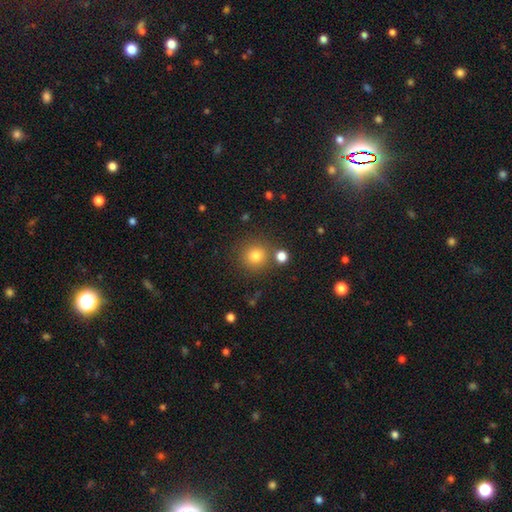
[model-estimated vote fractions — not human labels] This is likely a smooth galaxy (80%). How rounded: clearly round (93%). Merging: clearly none (80%).